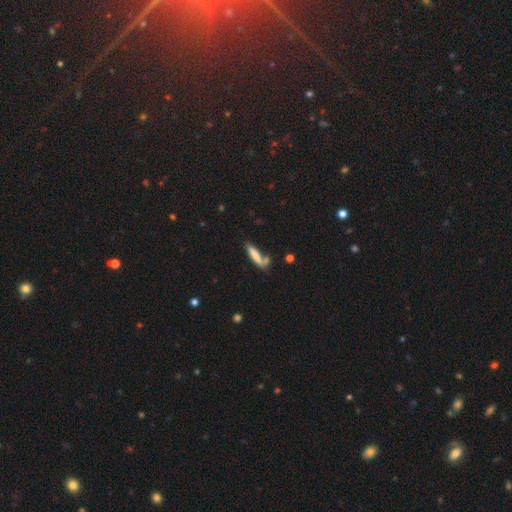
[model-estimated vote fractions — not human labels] Overall: smooth (73%). How rounded: cigar-shaped (82%). Merging: none (55%; merger 22%).